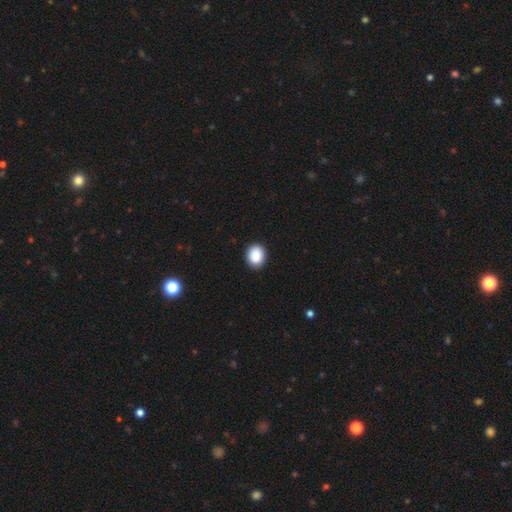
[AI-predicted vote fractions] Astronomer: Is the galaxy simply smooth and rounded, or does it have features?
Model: smooth — 88%.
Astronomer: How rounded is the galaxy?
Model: round — 59% (runner-up: in between, 40%).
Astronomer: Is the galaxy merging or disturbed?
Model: none — 91%.